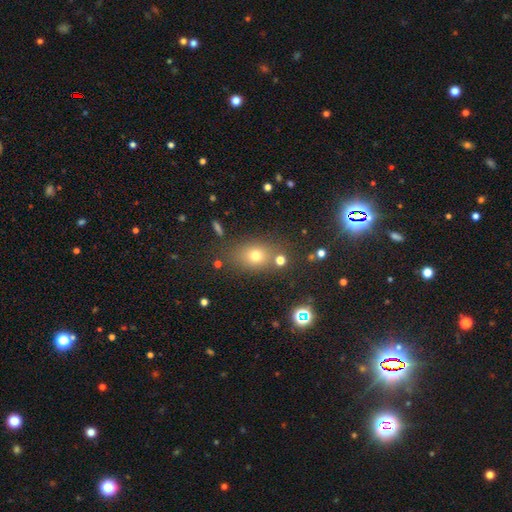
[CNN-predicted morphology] The model was most divided on "how rounded": in between: 60%, round: 38%, cigar-shaped: 2%. More confident: merging — none (75%); smooth or featured — smooth (69%).